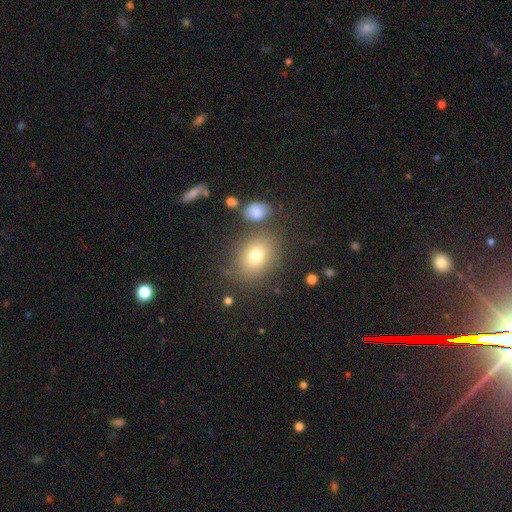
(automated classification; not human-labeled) smooth_or_featured: smooth (p=0.75) [alt: star or artifact p=0.13]
how_rounded: in between (p=0.53) [alt: round p=0.46]
merging: none (p=0.77) [alt: minor disturbance p=0.11]